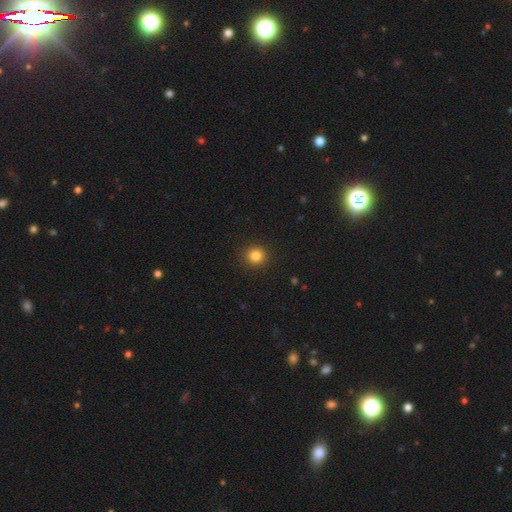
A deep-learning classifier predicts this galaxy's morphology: smooth-or-featured: smooth: 83% | star or artifact: 12% | featured or disk: 4%
  how-rounded: round: 91% | in between: 8% | cigar-shaped: 1%
  merging: none: 92% | minor disturbance: 5% | major disturbance: 2% | merger: 1%